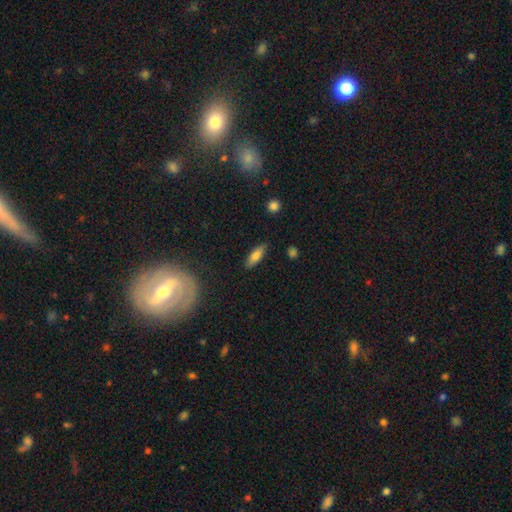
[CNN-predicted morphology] Overall: smooth (77%). How rounded: in between (59%; cigar-shaped 38%). Merging: none (81%).